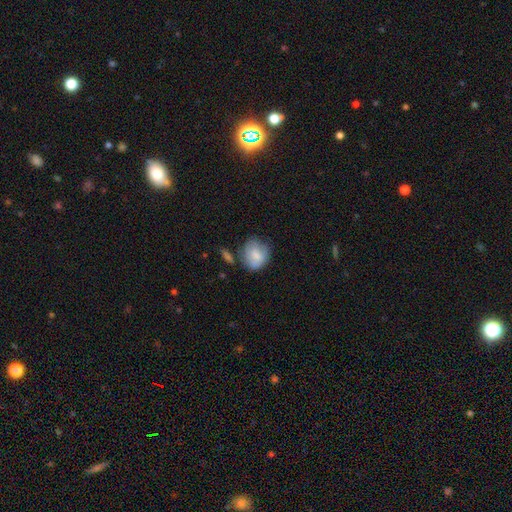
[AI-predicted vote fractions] A smooth galaxy with no disk features (73%) that is round (59%). Merging: none (53%).